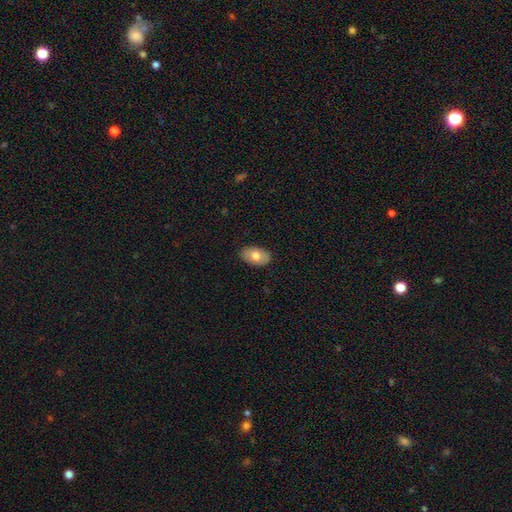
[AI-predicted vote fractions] Overall: smooth (72%). How rounded: in between (91%). Merging: none (86%).